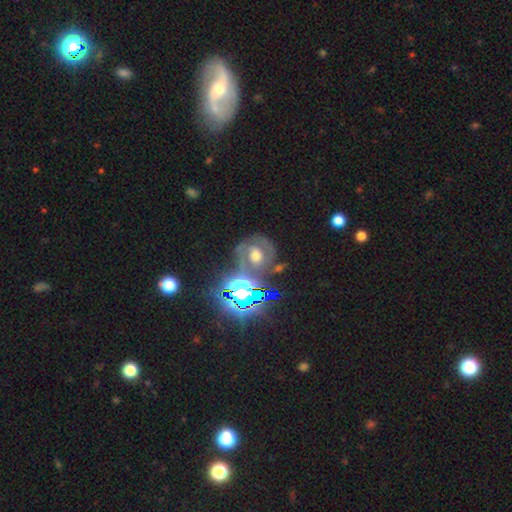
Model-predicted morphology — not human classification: type=featured or disk (51%); edge-on=no (95%); merging=none (59%).